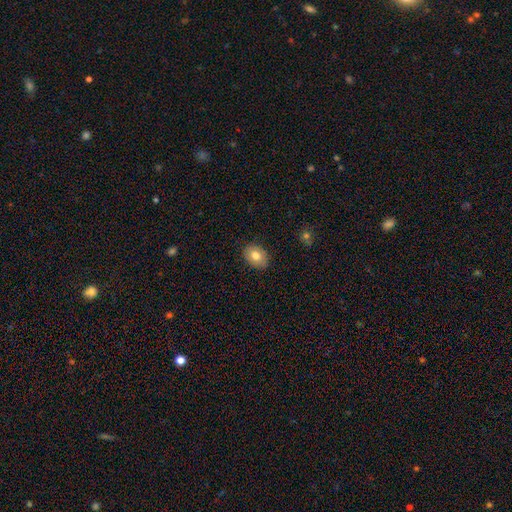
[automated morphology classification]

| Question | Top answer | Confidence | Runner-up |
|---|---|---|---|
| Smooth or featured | smooth | 78% | featured or disk (14%) |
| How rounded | in between | 71% | round (28%) |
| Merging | none | 86% | minor disturbance (11%) |